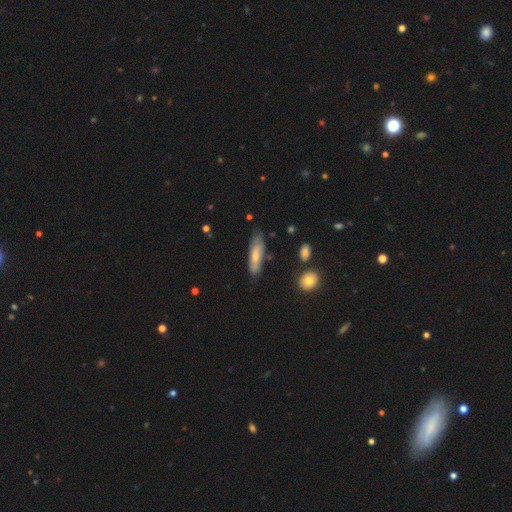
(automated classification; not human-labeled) This is possibly a smooth galaxy (57%). How rounded: possibly cigar-shaped (54%). Merging: likely none (69%).